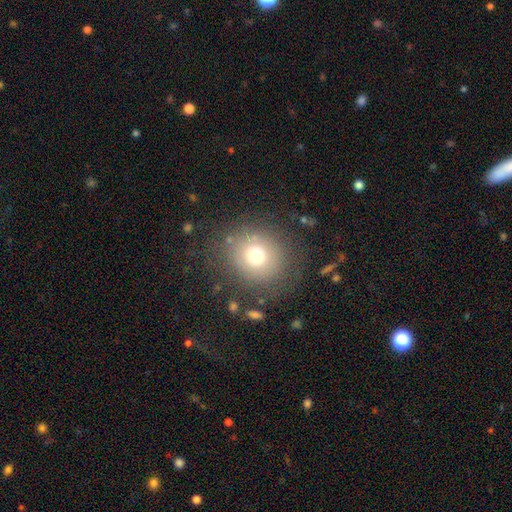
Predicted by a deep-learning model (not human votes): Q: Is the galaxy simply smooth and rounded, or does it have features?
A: smooth — 70%.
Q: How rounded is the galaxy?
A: round — 83%.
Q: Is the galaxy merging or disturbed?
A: none — 78%.